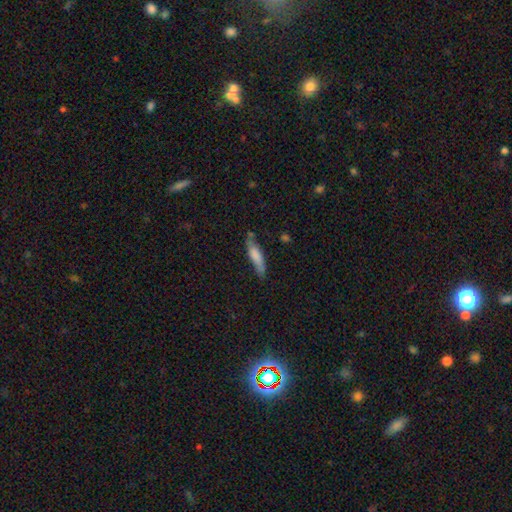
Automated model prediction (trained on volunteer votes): smooth_or_featured: smooth (p=0.72) [alt: featured or disk p=0.21]
how_rounded: cigar-shaped (p=0.71) [alt: in between p=0.27]
merging: none (p=0.61) [alt: minor disturbance p=0.27]